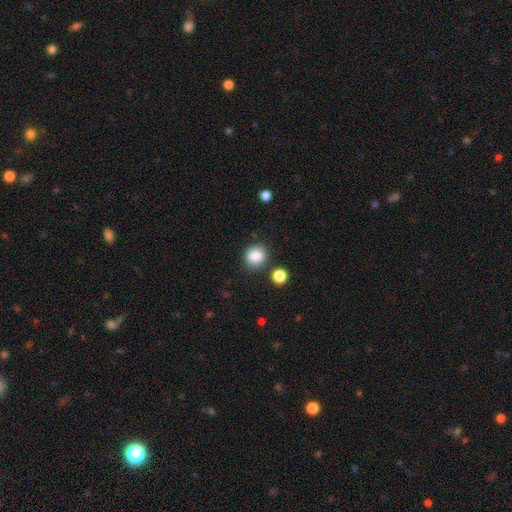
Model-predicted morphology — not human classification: Smooth or featured: smooth — 86% (star or artifact — 10%)
How rounded: round — 88% (in between — 11%)
Merging: none — 85% (minor disturbance — 8%)